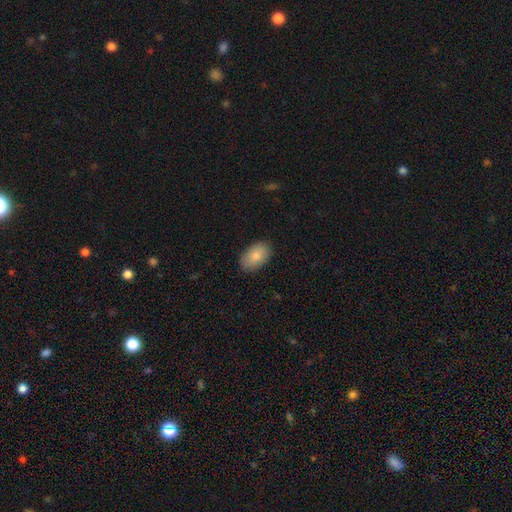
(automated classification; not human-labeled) Smooth or featured?
  - smooth: 86% *
  - featured or disk: 8%
  - star or artifact: 7%
How rounded?
  - in between: 92% *
  - round: 7%
  - cigar-shaped: 1%
Merging?
  - none: 86% *
  - minor disturbance: 10%
  - major disturbance: 2%
  - merger: 1%